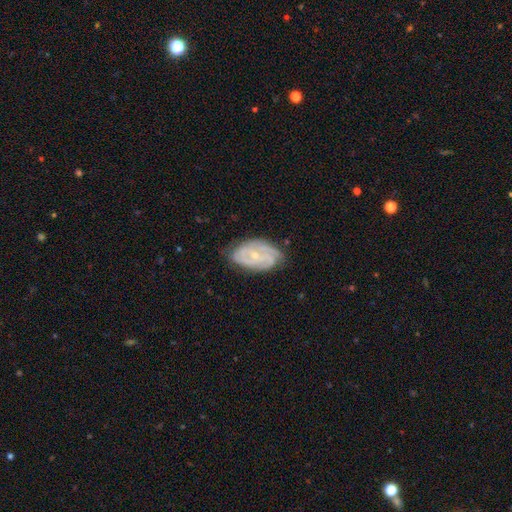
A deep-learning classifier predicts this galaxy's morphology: smooth_or_featured: featured or disk (p=0.80) [alt: smooth p=0.14]
disk_edge_on: no (p=0.96) [alt: yes p=0.04]
bar: no (p=0.60) [alt: weak p=0.32]
has_spiral_arms: yes (p=0.93) [alt: no p=0.07]
spiral_winding: tight (p=0.64) [alt: medium p=0.29]
spiral_arm_count: can't tell (p=0.29) [alt: 2 p=0.27]
bulge_size: small (p=0.68) [alt: moderate p=0.28]
merging: none (p=0.73) [alt: minor disturbance p=0.21]